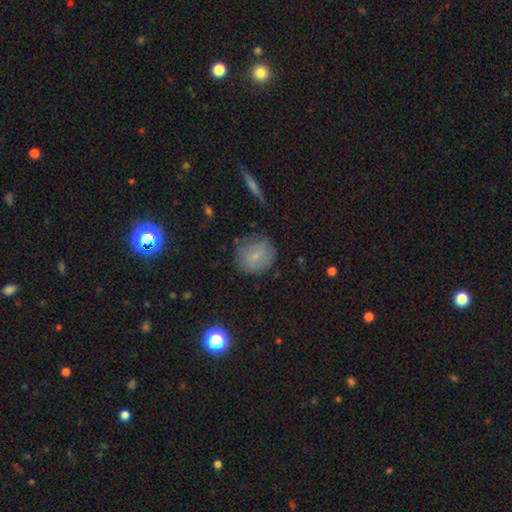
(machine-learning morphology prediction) Overall: smooth (75%). How rounded: round (81%). Merging: none (78%).